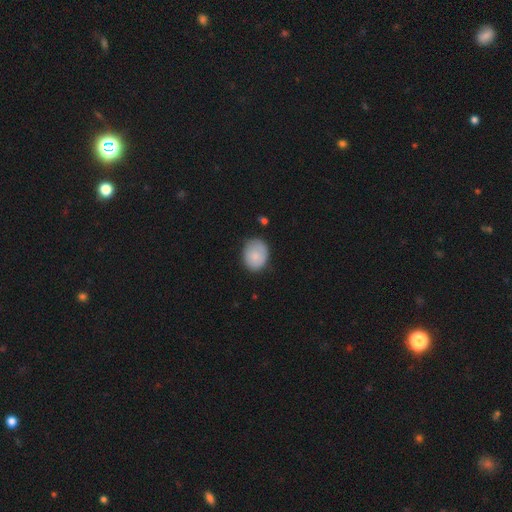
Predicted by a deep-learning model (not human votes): Morphology: type=smooth (82%); roundness=in between (51%); merging=none (72%).